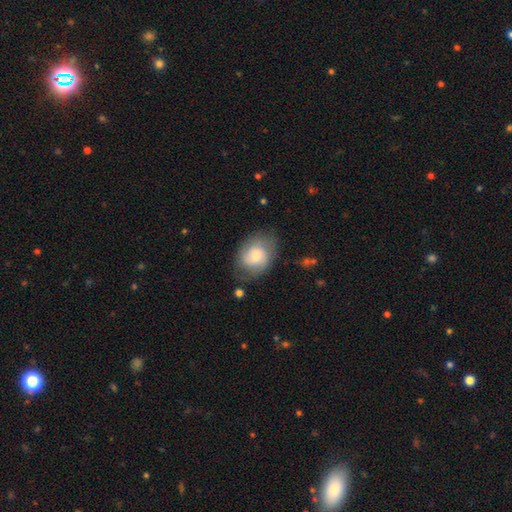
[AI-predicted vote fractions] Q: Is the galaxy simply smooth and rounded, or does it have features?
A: smooth — 59%.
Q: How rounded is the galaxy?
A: in between — 66%.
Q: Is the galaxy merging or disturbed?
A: none — 60%.